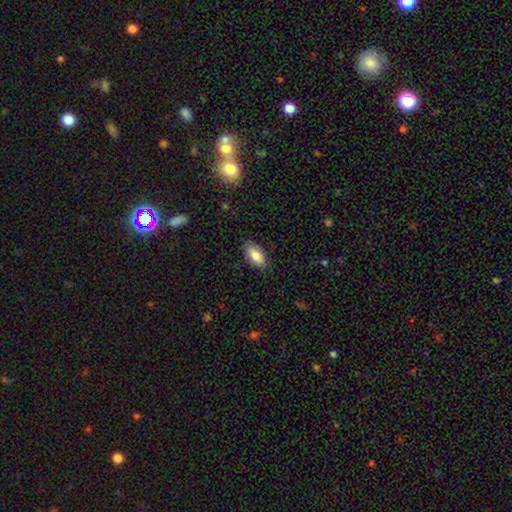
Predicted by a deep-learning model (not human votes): smooth-or-featured: smooth: 83% | featured or disk: 10% | star or artifact: 7%
  how-rounded: in between: 91% | cigar-shaped: 7% | round: 2%
  merging: none: 85% | minor disturbance: 12% | major disturbance: 2% | merger: 1%